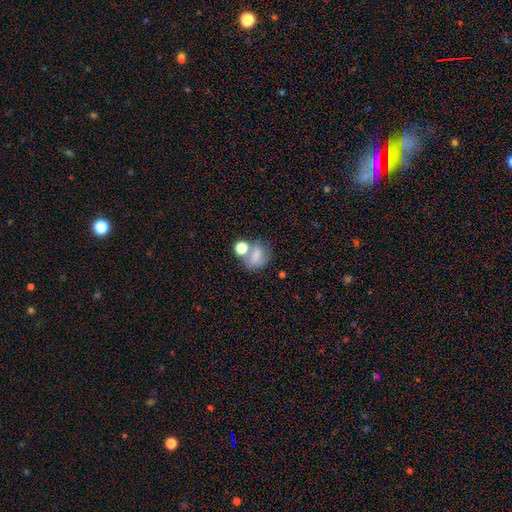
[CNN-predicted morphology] This is likely a smooth galaxy (69%). How rounded: possibly in between (54%). Merging: marginally none (40%).